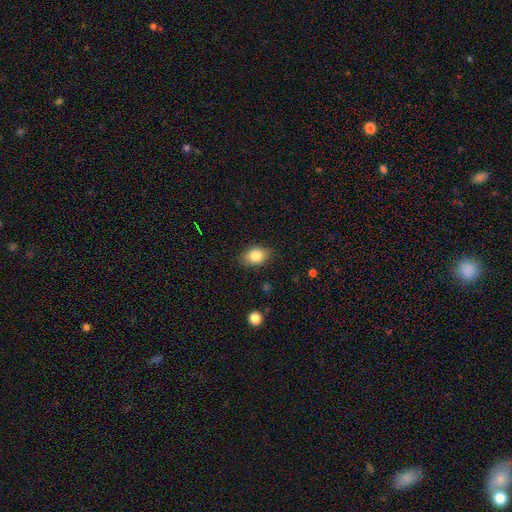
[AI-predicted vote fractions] A smooth galaxy with no disk features (84%) that is in between round and cigar-shaped (83%).

Vote fractions:
- Smooth or featured? smooth: 84% / star or artifact: 8% / featured or disk: 8%
- How rounded? in between: 83% / round: 16% / cigar-shaped: 2%
- Merging? none: 85% / minor disturbance: 11% / major disturbance: 3% / merger: 1%